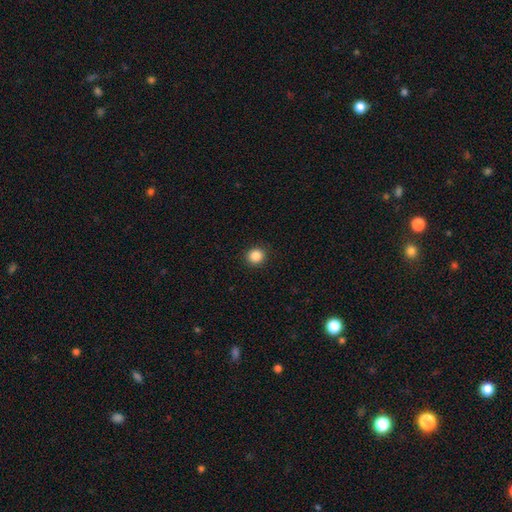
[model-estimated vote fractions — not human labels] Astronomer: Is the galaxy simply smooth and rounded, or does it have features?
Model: smooth — 87%.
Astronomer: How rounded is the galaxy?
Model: round — 89%.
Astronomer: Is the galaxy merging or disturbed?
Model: none — 92%.